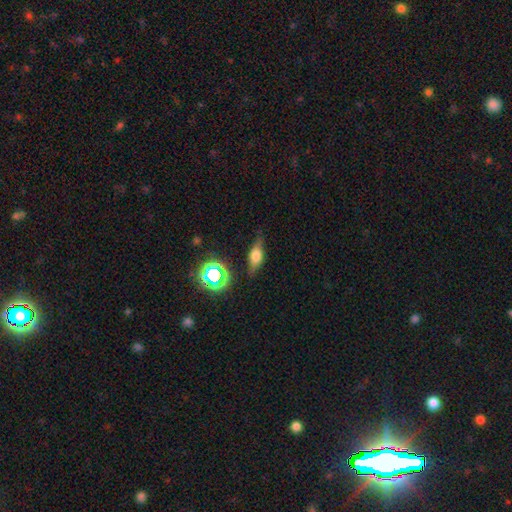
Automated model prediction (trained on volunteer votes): Smooth or featured?
  - smooth: 46% *
  - featured or disk: 42%
  - star or artifact: 13%
Merging?
  - none: 74% *
  - minor disturbance: 18%
  - major disturbance: 5%
  - merger: 2%